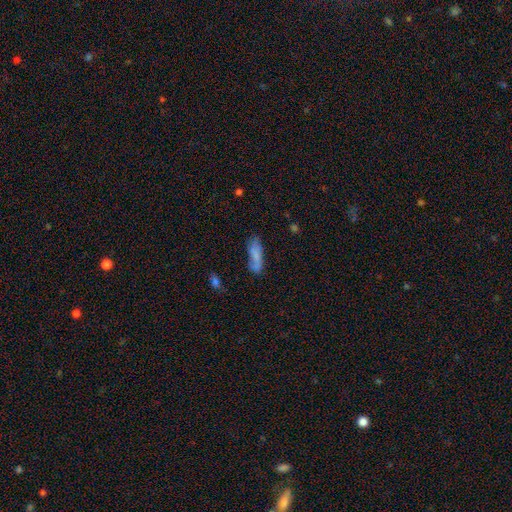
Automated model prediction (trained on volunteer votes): A smooth galaxy with no disk features (71%) that is in between round and cigar-shaped (52%).

Vote fractions:
- Smooth or featured? smooth: 71% / featured or disk: 21% / star or artifact: 8%
- How rounded? in between: 52% / cigar-shaped: 46% / round: 2%
- Merging? none: 58% / minor disturbance: 25% / major disturbance: 9% / merger: 8%